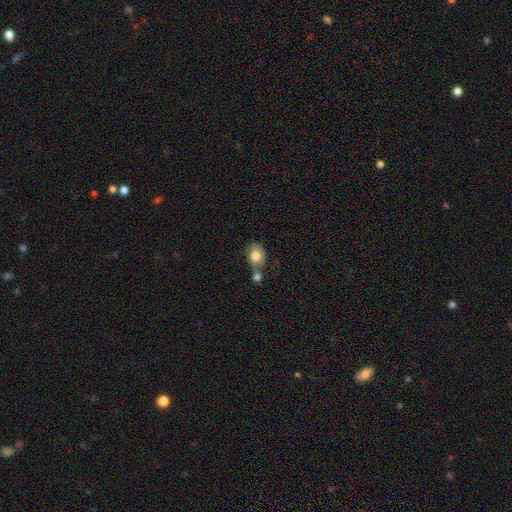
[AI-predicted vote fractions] smooth-or-featured: smooth: 74% | featured or disk: 19% | star or artifact: 8%
  how-rounded: in between: 54% | round: 45% | cigar-shaped: 1%
  merging: none: 39% | merger: 37% | minor disturbance: 17% | major disturbance: 7%